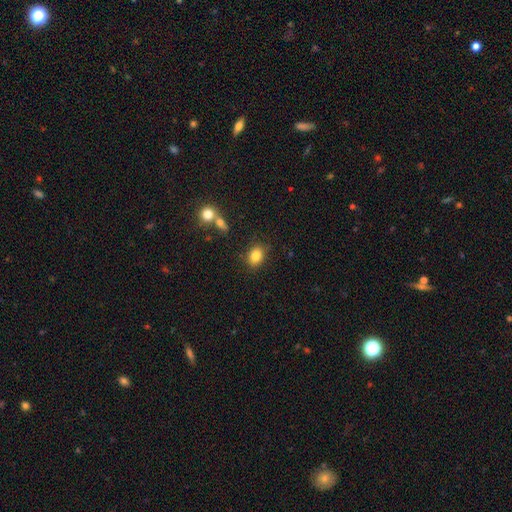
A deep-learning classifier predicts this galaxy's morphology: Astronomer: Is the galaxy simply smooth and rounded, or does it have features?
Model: smooth — 83%.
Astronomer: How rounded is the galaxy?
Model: in between — 65%.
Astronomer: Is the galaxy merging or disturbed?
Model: none — 82%.